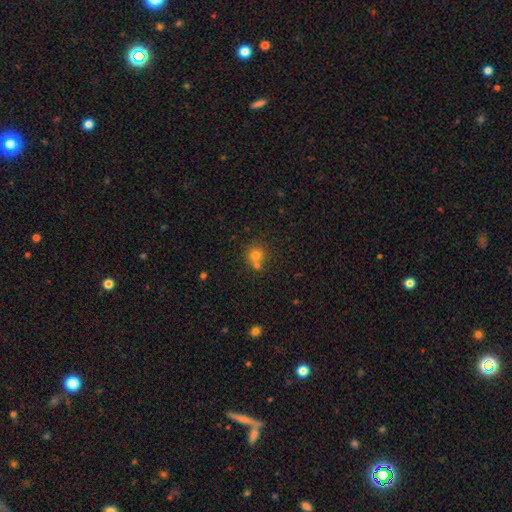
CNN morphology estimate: Smooth or featured?
  - smooth: 71% *
  - star or artifact: 18%
  - featured or disk: 11%
How rounded?
  - round: 88% *
  - in between: 11%
  - cigar-shaped: 1%
Merging?
  - none: 55% *
  - merger: 34%
  - minor disturbance: 8%
  - major disturbance: 3%